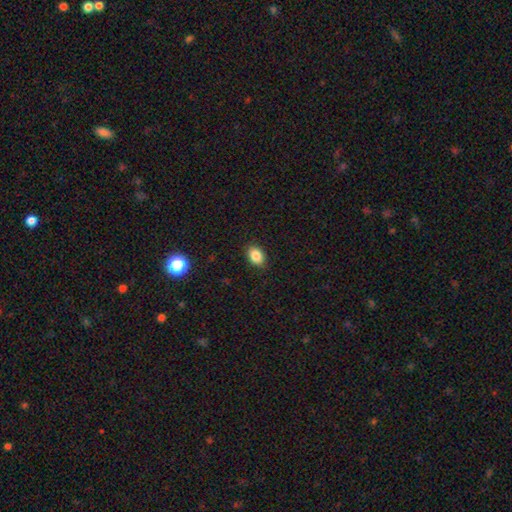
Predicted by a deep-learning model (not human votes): smooth_or_featured: smooth (p=0.85) [alt: star or artifact p=0.10]
how_rounded: in between (p=0.78) [alt: round p=0.20]
merging: none (p=0.88) [alt: minor disturbance p=0.09]